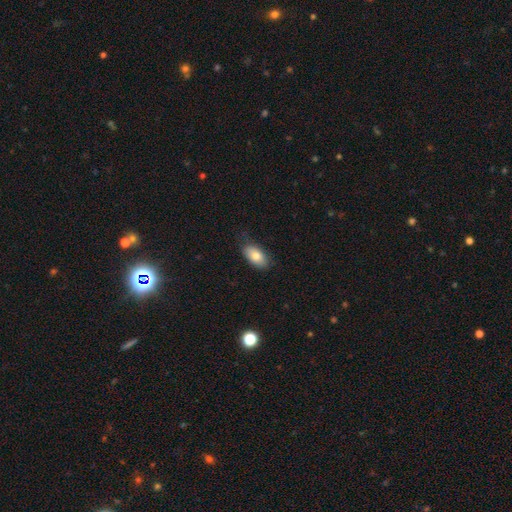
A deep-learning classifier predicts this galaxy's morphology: A smooth galaxy with no disk features (80%) that is in between round and cigar-shaped (92%).

Vote fractions:
- Smooth or featured? smooth: 80% / featured or disk: 13% / star or artifact: 7%
- How rounded? in between: 92% / round: 5% / cigar-shaped: 3%
- Merging? none: 73% / minor disturbance: 21% / major disturbance: 4% / merger: 1%